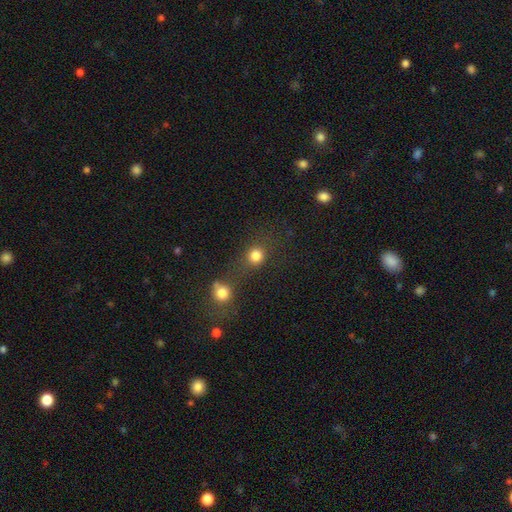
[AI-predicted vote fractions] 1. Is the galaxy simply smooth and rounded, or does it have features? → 81% smooth, 13% star or artifact, 6% featured or disk.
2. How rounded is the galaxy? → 87% round, 11% in between, 1% cigar-shaped.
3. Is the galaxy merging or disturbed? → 57% none, 28% merger, 9% minor disturbance, 7% major disturbance.